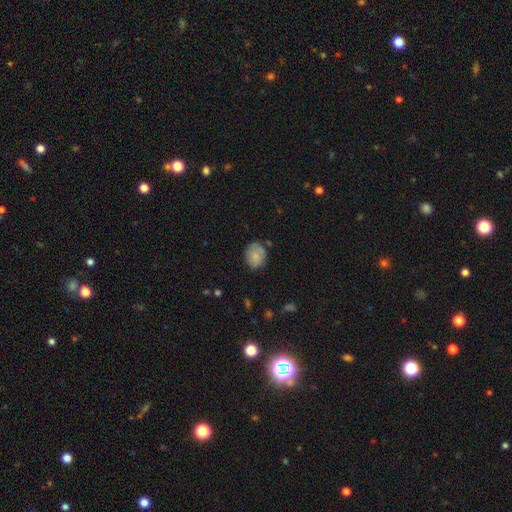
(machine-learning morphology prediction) Q: Smooth or featured?
A: smooth (76%); runner-up: featured or disk (16%)
Q: How rounded?
A: in between (51%); runner-up: round (48%)
Q: Merging?
A: none (67%); runner-up: minor disturbance (24%)